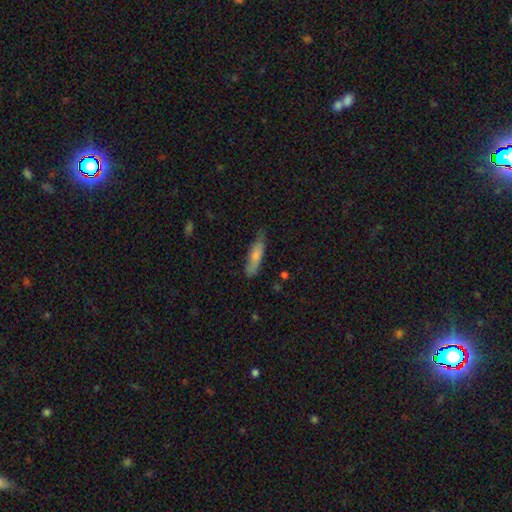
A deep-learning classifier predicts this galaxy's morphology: smooth-or-featured: smooth: 73% | featured or disk: 21% | star or artifact: 6%
  how-rounded: cigar-shaped: 63% | in between: 36% | round: 2%
  merging: none: 69% | minor disturbance: 25% | major disturbance: 5% | merger: 2%